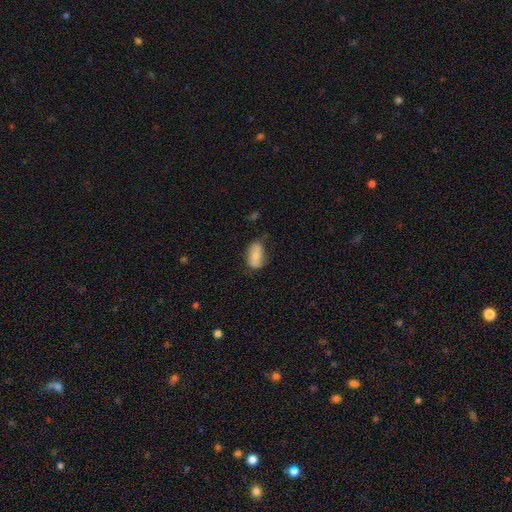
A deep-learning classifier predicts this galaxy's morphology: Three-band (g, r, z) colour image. It shows a smooth galaxy with no disk features (67%) that is in between round and cigar-shaped (91%). Merging: none (69%).